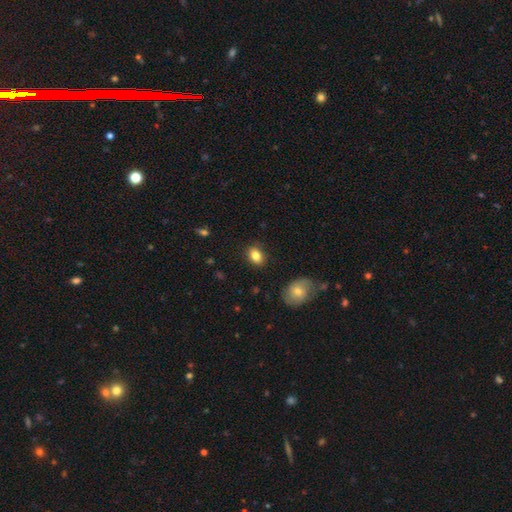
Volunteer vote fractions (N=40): Overall: smooth (92%). How rounded: in between (84%). Merging: none (85%).